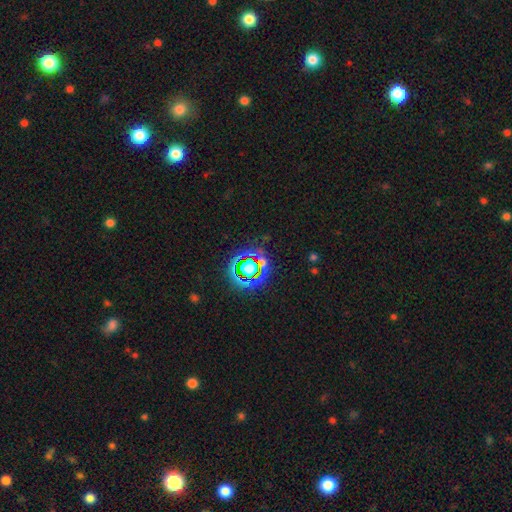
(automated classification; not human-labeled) This is likely a star or artifact rather than a galaxy (76%).